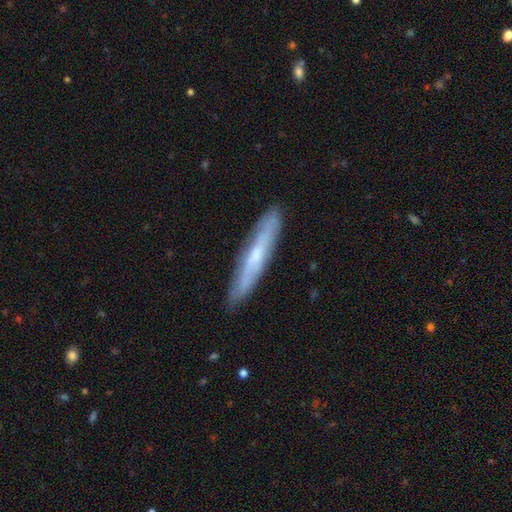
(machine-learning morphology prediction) The model was most divided on "smooth or featured": featured or disk: 48%, smooth: 46%, star or artifact: 6%. More confident: merging — none (86%).